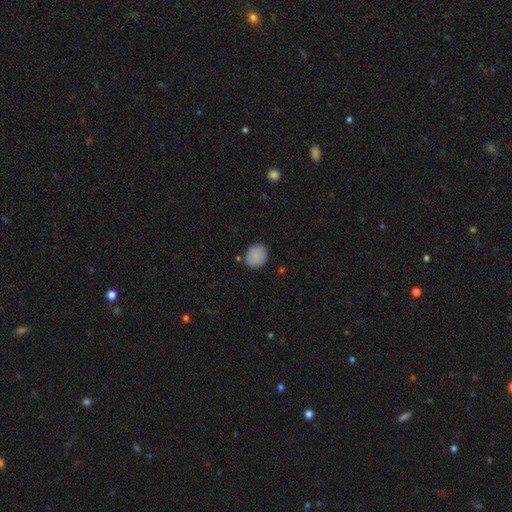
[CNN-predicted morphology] type=smooth (84%); roundness=round (59%); merging=none (82%).